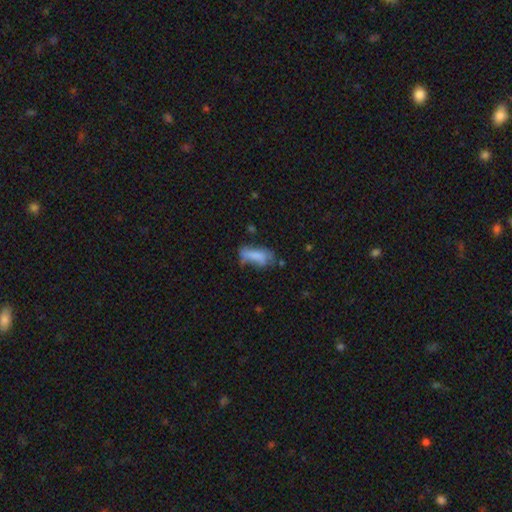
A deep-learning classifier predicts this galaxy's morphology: The model was most divided on "merging": none: 33%, minor disturbance: 31%, major disturbance: 27%, merger: 9%. More confident: how rounded — in between (73%); smooth or featured — smooth (67%).